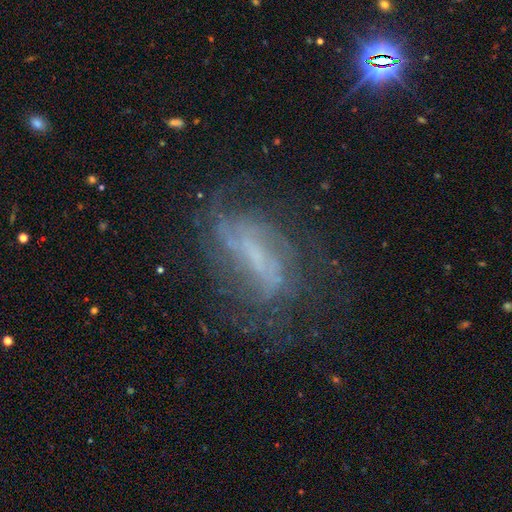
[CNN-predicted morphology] Q: Smooth or featured?
A: featured or disk (69%); runner-up: smooth (18%)
Q: Edge-on disk?
A: no (86%); runner-up: yes (14%)
Q: Bar?
A: strong (36%); runner-up: weak (35%)
Q: Spiral arms?
A: yes (71%); runner-up: no (29%)
Q: Bulge size?
A: none (46%); runner-up: small (34%)
Q: Merging?
A: none (55%); runner-up: major disturbance (22%)